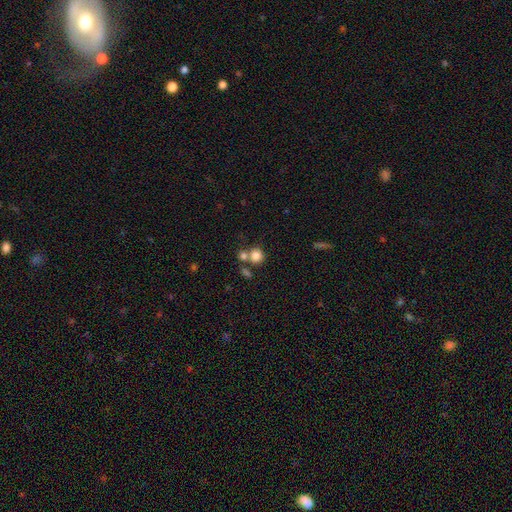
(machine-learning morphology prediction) Smooth or featured: smooth — 81% (star or artifact — 11%)
How rounded: round — 88% (in between — 11%)
Merging: none — 57% (merger — 30%)